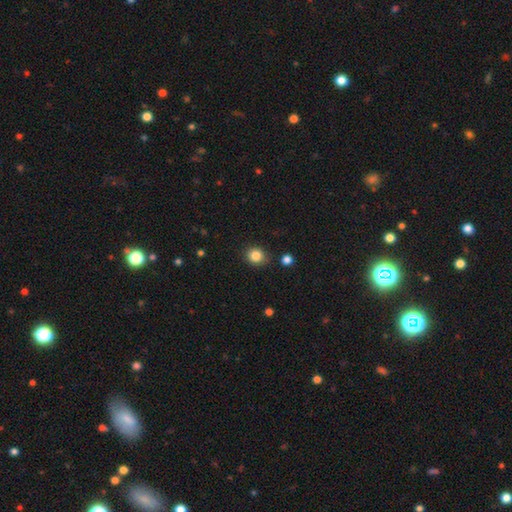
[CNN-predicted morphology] smooth_or_featured: smooth (p=0.84) [alt: star or artifact p=0.11]
how_rounded: round (p=0.80) [alt: in between p=0.19]
merging: none (p=0.85) [alt: minor disturbance p=0.10]